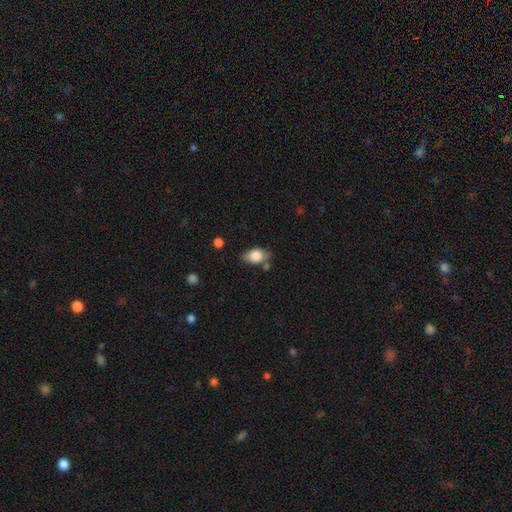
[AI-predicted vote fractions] smooth-or-featured: smooth: 78% | featured or disk: 14% | star or artifact: 8%
  how-rounded: in between: 85% | round: 12% | cigar-shaped: 3%
  merging: none: 68% | minor disturbance: 20% | merger: 7% | major disturbance: 5%